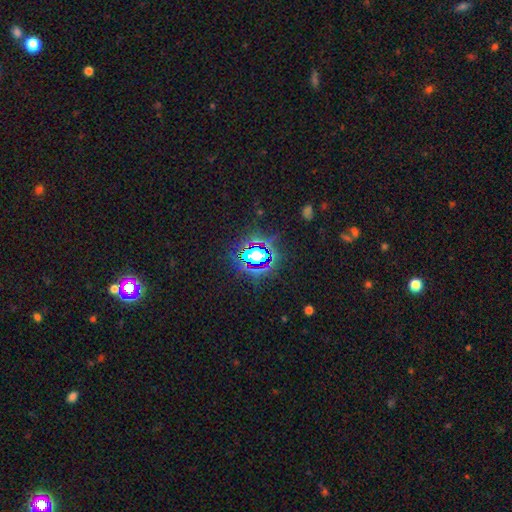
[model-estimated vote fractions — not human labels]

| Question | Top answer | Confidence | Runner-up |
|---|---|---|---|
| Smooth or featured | star or artifact | 74% | smooth (16%) |